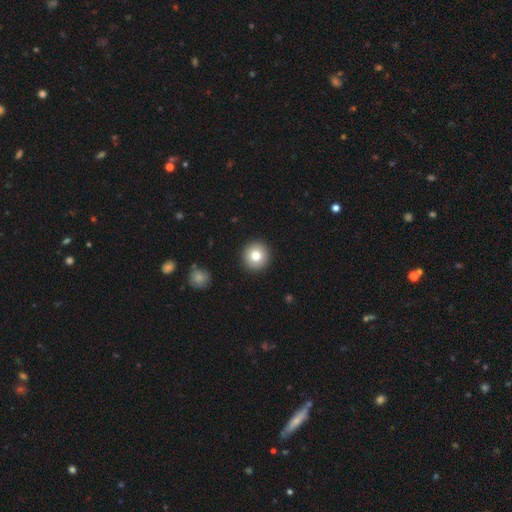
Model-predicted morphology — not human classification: smooth 80%, featured or disk 11%, star or artifact 9%. Down the decision tree: how rounded — round (95%); merging — none (92%).